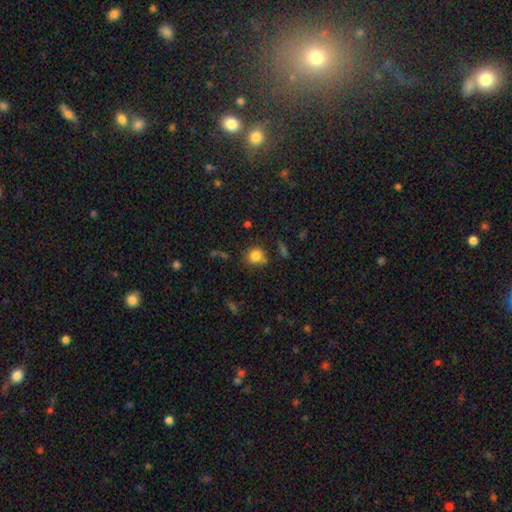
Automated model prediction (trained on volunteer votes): smooth 83%, star or artifact 11%, featured or disk 6%. Down the decision tree: how rounded — round (83%); merging — none (72%).